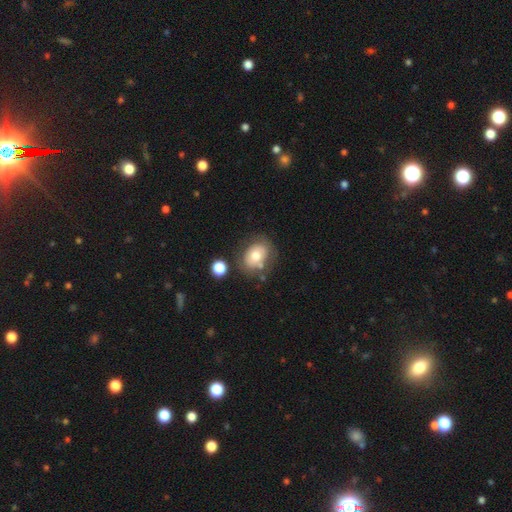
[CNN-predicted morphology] A smooth galaxy with no disk features (62%) that is in between round and cigar-shaped (57%). Merging: none (62%).